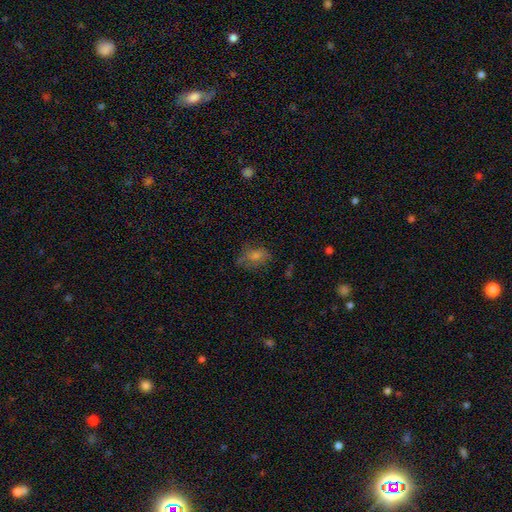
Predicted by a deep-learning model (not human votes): This appears to be a smooth galaxy with no disk features (57%) that is in between round and cigar-shaped (74%). Merging: none (63%).